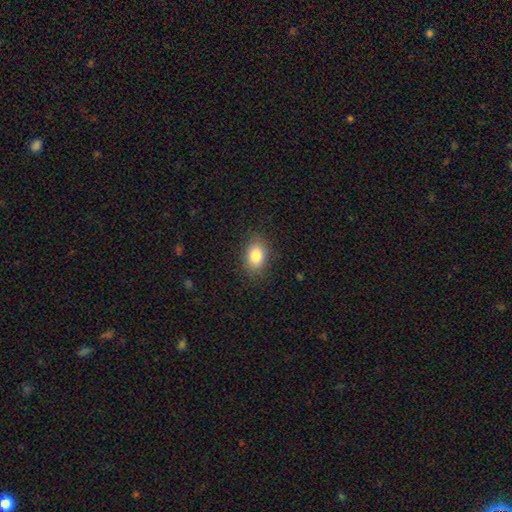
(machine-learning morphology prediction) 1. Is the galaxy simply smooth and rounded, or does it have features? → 83% smooth, 9% star or artifact, 8% featured or disk.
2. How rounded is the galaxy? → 77% in between, 21% round, 1% cigar-shaped.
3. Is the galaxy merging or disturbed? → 86% none, 10% minor disturbance, 3% major disturbance, 1% merger.